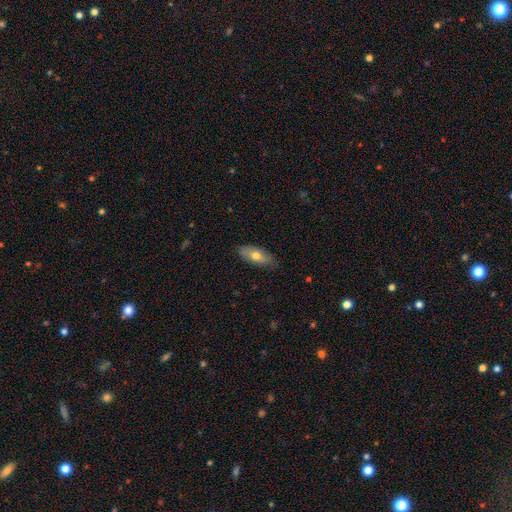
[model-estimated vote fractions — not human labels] smooth-or-featured: smooth: 68% | featured or disk: 26% | star or artifact: 6%
  how-rounded: in between: 72% | cigar-shaped: 25% | round: 3%
  merging: none: 84% | minor disturbance: 12% | major disturbance: 2% | merger: 1%